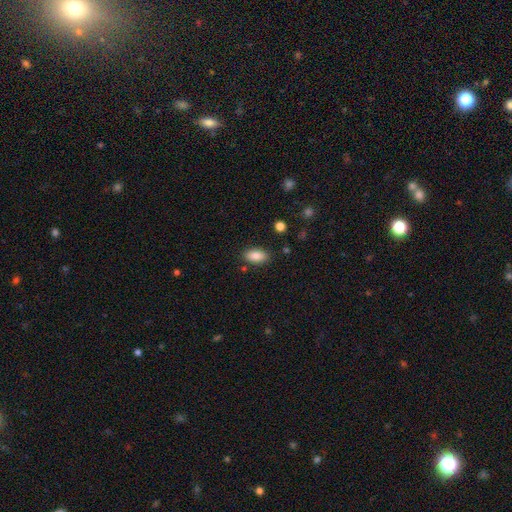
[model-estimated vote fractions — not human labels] A smooth galaxy with no disk features (87%) that is in between round and cigar-shaped (92%).

Vote fractions:
- Smooth or featured? smooth: 87% / star or artifact: 7% / featured or disk: 6%
- How rounded? in between: 92% / cigar-shaped: 4% / round: 4%
- Merging? none: 86% / minor disturbance: 10% / major disturbance: 2% / merger: 2%